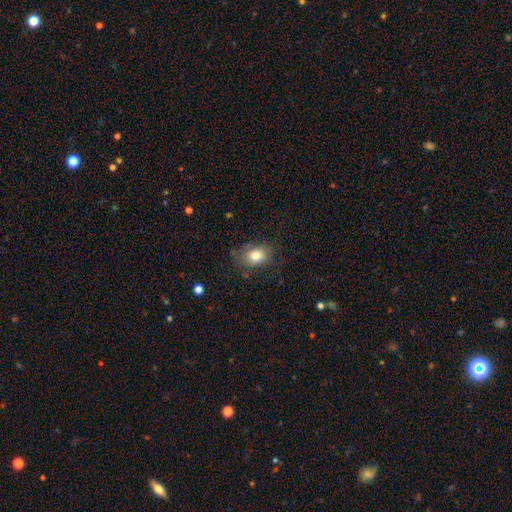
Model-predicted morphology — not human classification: smooth_or_featured: smooth (p=0.80) [alt: featured or disk p=0.11]
how_rounded: in between (p=0.64) [alt: round p=0.35]
merging: none (p=0.72) [alt: minor disturbance p=0.20]